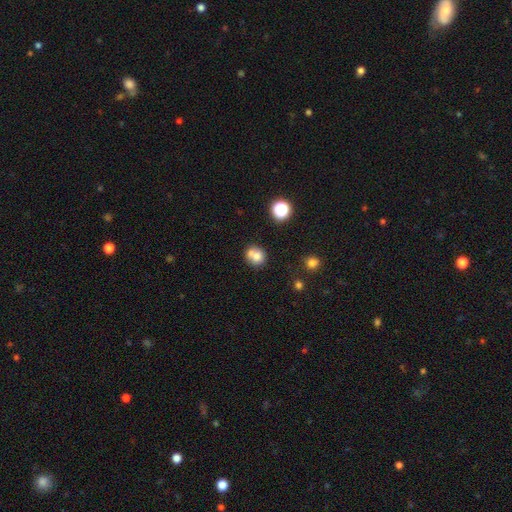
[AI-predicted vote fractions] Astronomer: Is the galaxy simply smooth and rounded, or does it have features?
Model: smooth — 72%.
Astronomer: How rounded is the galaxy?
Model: round — 77%.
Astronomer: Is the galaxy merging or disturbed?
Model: none — 44% (runner-up: merger, 41%).